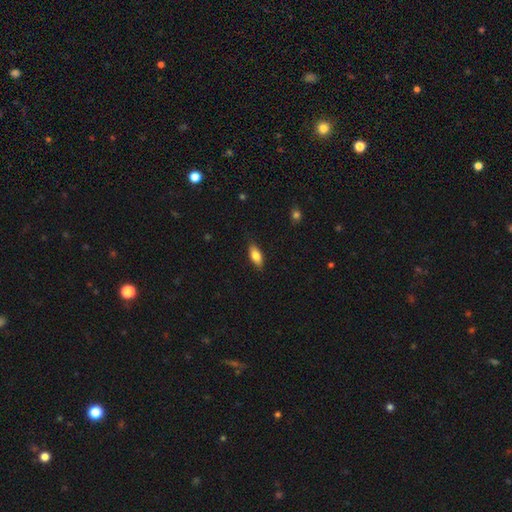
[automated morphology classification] A smooth galaxy with no disk features (76%) that is in between round and cigar-shaped (80%).

Vote fractions:
- Smooth or featured? smooth: 76% / featured or disk: 17% / star or artifact: 7%
- How rounded? in between: 80% / cigar-shaped: 17% / round: 3%
- Merging? none: 83% / minor disturbance: 13% / major disturbance: 3% / merger: 1%